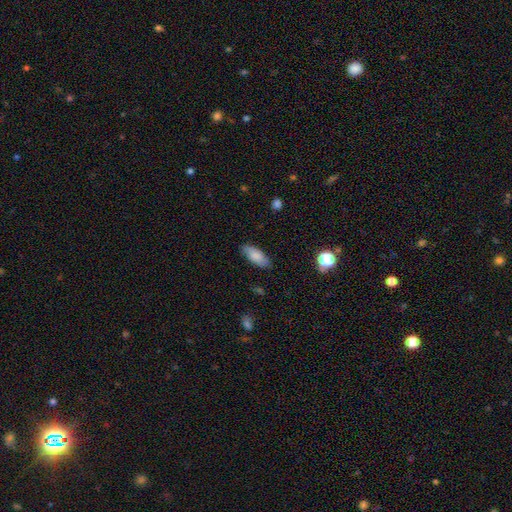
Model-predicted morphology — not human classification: This appears to be a smooth galaxy with no disk features (82%) that is in between round and cigar-shaped (80%). Merging: none (84%).